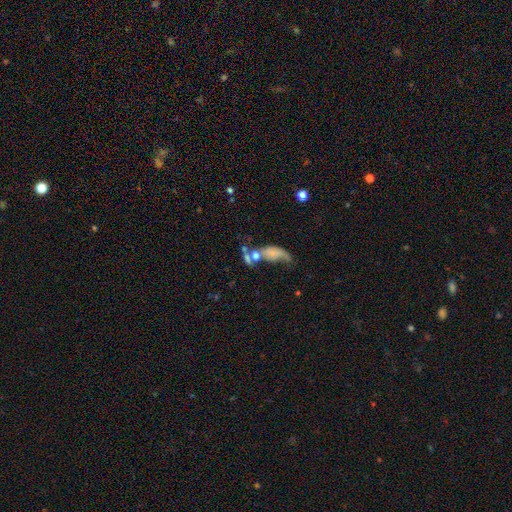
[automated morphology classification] Overall: smooth (52%; featured or disk 34%). How rounded: in between (71%). Merging: merger (43%; major disturbance 23%).